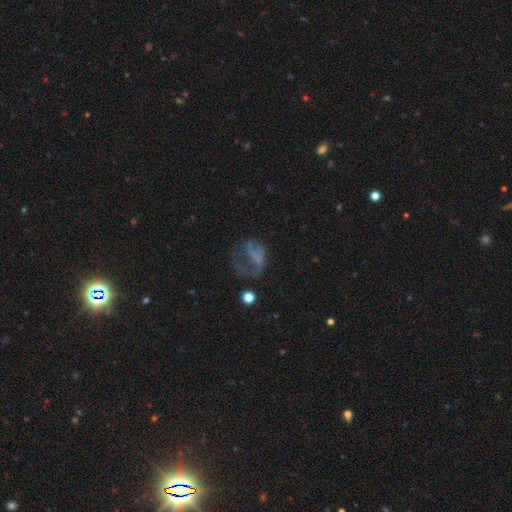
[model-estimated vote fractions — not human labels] This is possibly a featured or disk galaxy (47%). Merging: possibly major disturbance (52%).